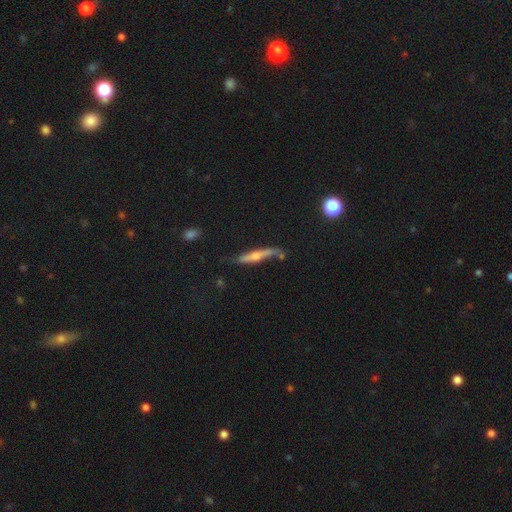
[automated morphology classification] This is likely a featured or disk galaxy (64%). It is clearly viewed edge-on (87%). Edge-on bulge: likely rounded (80%). Merging: likely none (63%).